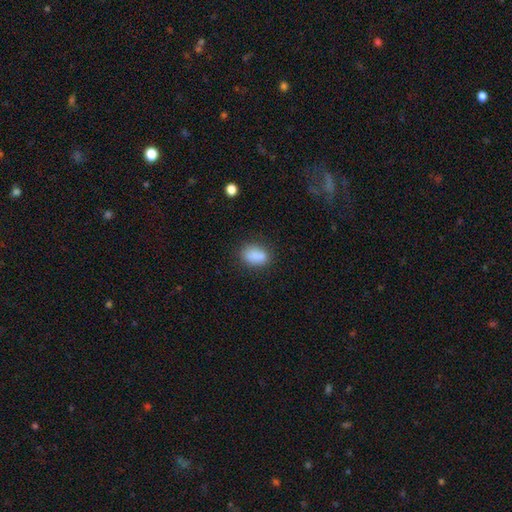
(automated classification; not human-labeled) Smooth or featured? Predicted: smooth (p=0.84). How rounded? Predicted: in between (p=0.82). Merging? Predicted: none (p=0.72).